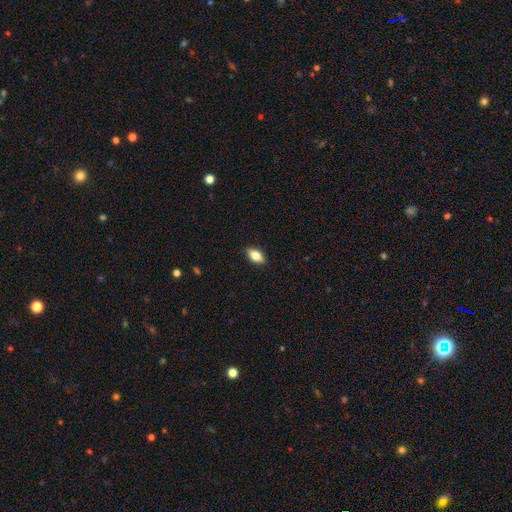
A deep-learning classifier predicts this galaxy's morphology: Smooth or featured? smooth (75%)
How rounded? in between (87%)
Merging? none (86%)